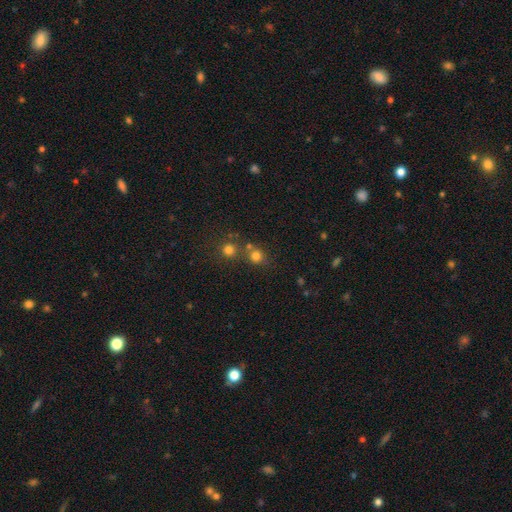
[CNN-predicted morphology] smooth 76%, star or artifact 17%, featured or disk 7%. Down the decision tree: how rounded — round (85%); merging — none (61%).